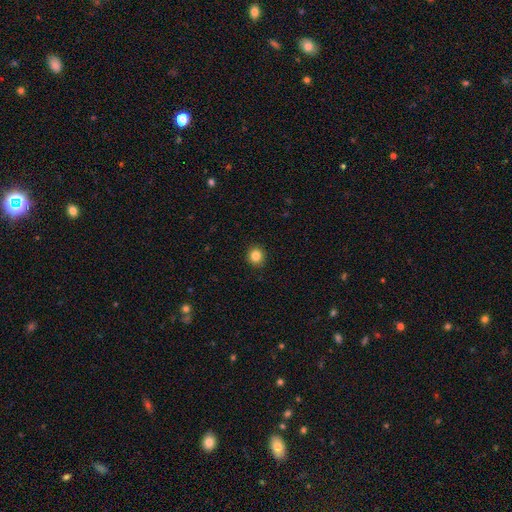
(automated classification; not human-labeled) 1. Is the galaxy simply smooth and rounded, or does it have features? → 85% smooth, 11% star or artifact, 4% featured or disk.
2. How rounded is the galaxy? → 91% round, 8% in between, 1% cigar-shaped.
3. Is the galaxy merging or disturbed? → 92% none, 5% minor disturbance, 2% major disturbance, 1% merger.